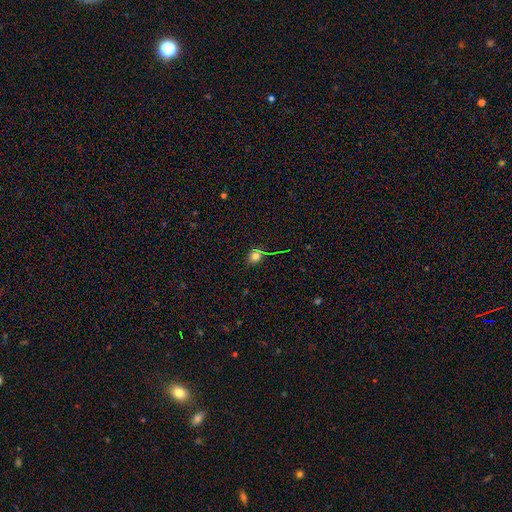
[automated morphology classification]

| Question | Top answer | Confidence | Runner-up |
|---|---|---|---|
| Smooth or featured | smooth | 69% | star or artifact (23%) |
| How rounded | round | 68% | in between (30%) |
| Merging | none | 74% | minor disturbance (14%) |